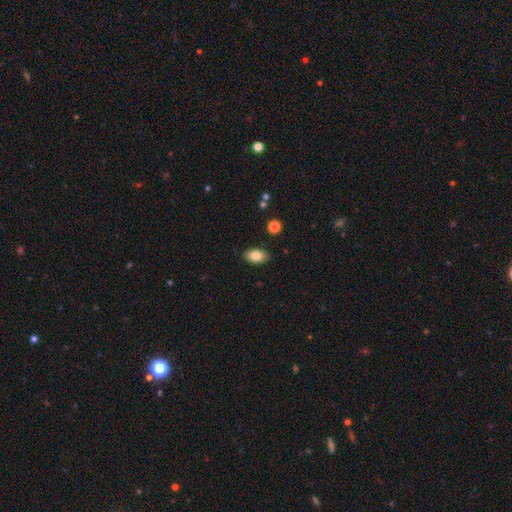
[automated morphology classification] Q: Smooth or featured?
A: smooth (82%); runner-up: featured or disk (10%)
Q: How rounded?
A: in between (91%); runner-up: round (7%)
Q: Merging?
A: none (87%); runner-up: minor disturbance (9%)